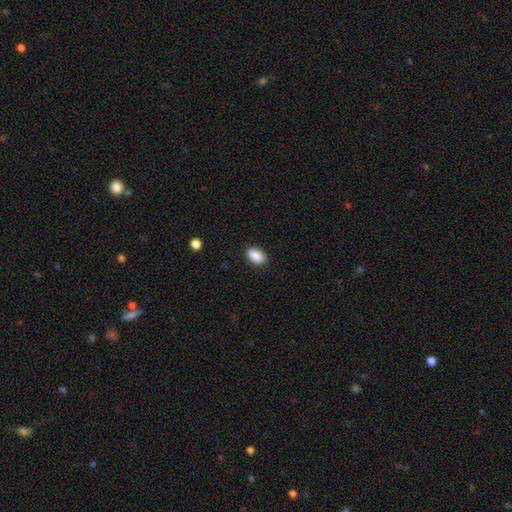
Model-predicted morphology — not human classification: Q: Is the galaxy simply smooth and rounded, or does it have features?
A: smooth — 89%.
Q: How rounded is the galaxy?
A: in between — 89%.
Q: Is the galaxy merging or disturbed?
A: none — 88%.